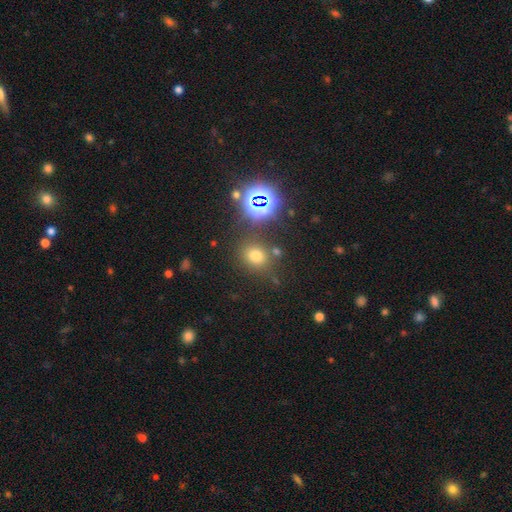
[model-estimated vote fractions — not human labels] The model was most divided on "how rounded": round: 68%, in between: 30%, cigar-shaped: 1%. More confident: merging — none (75%); smooth or featured — smooth (67%).